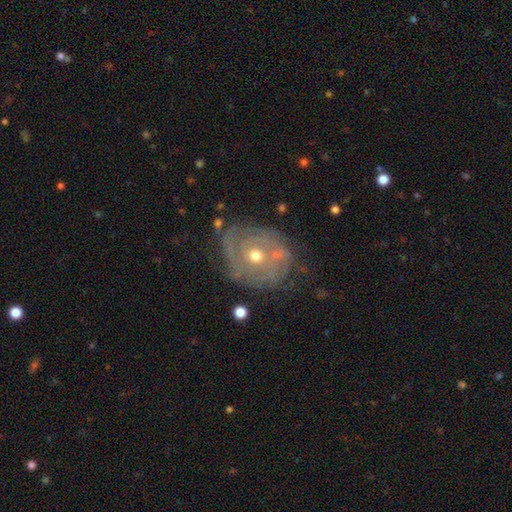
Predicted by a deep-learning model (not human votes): smooth-or-featured: featured or disk: 72% | smooth: 18% | star or artifact: 10%
  disk-edge-on: no: 96% | yes: 4%
    bar: no: 80% | weak: 16% | strong: 4%
    has-spiral-arms: yes: 73% | no: 27%
      spiral-winding: tight: 65% | medium: 25% | loose: 10%
      spiral-arm-count: can't tell: 46% | 2: 23% | 3: 13% | 1: 8% | 4: 5% | more than 4: 4%
    bulge-size: moderate: 65% | small: 31% | large: 2% | none: 1% | dominant: 1%
  merging: none: 60% | minor disturbance: 24% | major disturbance: 12% | merger: 4%